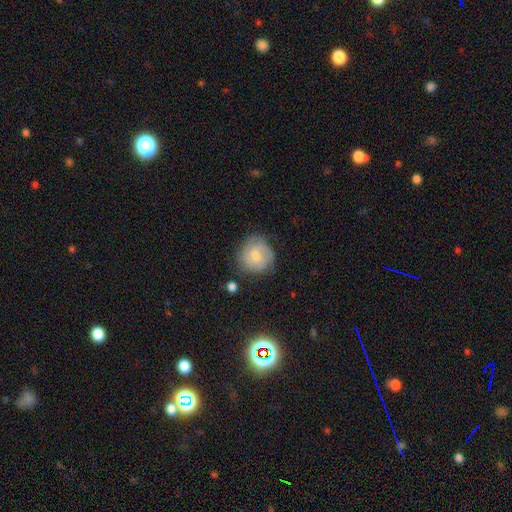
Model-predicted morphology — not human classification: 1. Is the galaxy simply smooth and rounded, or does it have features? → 50% smooth, 43% featured or disk, 7% star or artifact.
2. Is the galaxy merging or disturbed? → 65% none, 24% minor disturbance, 8% major disturbance, 3% merger.